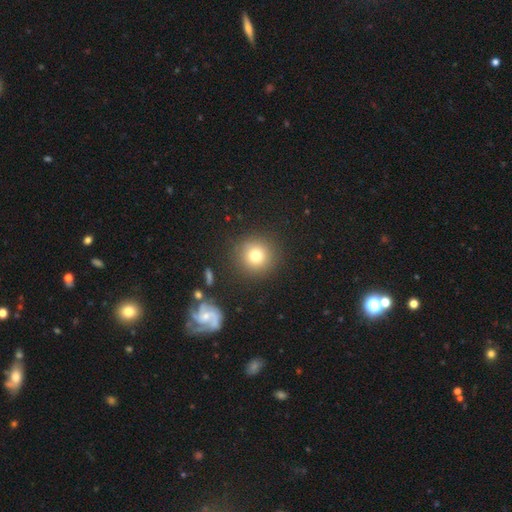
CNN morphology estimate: smooth 76%, star or artifact 13%, featured or disk 11%. Down the decision tree: how rounded — round (95%); merging — none (89%).